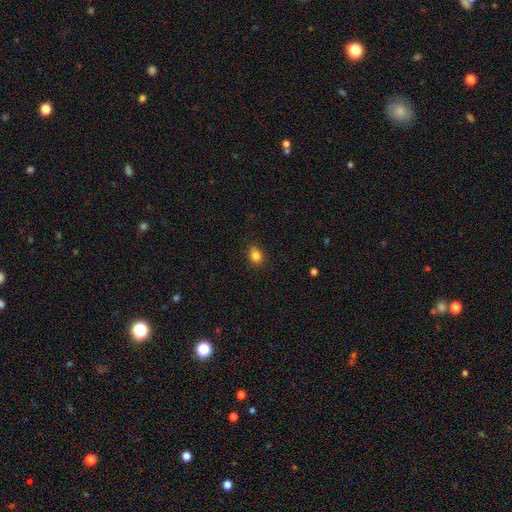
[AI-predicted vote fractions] A smooth galaxy with no disk features (84%) that is round (54%). Merging: none (83%).